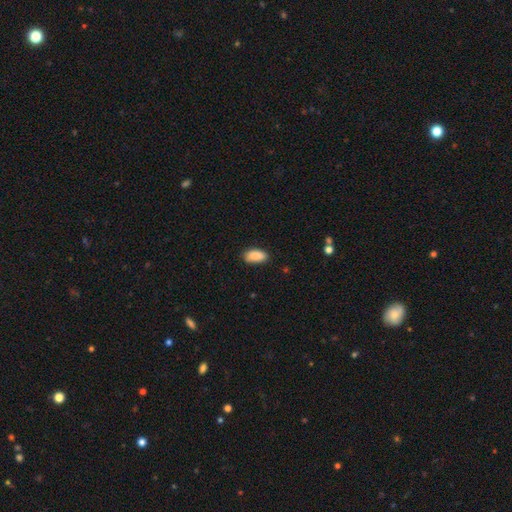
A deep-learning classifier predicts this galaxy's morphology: type=smooth (89%); roundness=in between (91%); merging=none (80%).